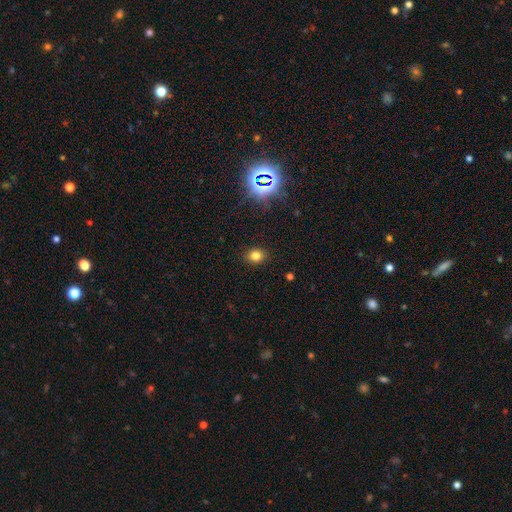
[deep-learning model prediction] A smooth galaxy with no disk features (78%) that is round (58%). Merging: none (89%).